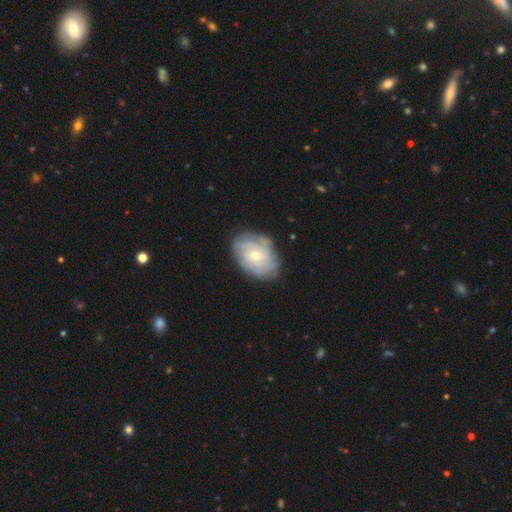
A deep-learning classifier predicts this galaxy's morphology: Smooth or featured?
  - featured or disk: 69% *
  - smooth: 24%
  - star or artifact: 7%
Edge-on disk?
  - no: 97% *
  - yes: 3%
Bar?
  - no: 77% *
  - weak: 20%
  - strong: 3%
Spiral arms?
  - yes: 85% *
  - no: 15%
Spiral winding?
  - tight: 69% *
  - medium: 23%
  - loose: 8%
Spiral arm count?
  - can't tell: 52% *
  - 4: 14%
  - 3: 11%
  - 2: 9%
  - more than 4: 8%
  - 1: 5%
Bulge size?
  - small: 57% *
  - moderate: 40%
  - large: 1%
  - none: 1%
  - dominant: 1%
Merging?
  - none: 75% *
  - minor disturbance: 18%
  - major disturbance: 6%
  - merger: 2%